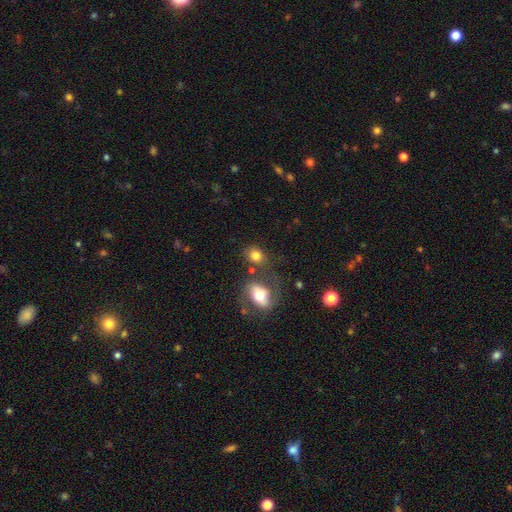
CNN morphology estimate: smooth-or-featured: smooth: 78% | featured or disk: 12% | star or artifact: 10%
  how-rounded: round: 50% | in between: 49% | cigar-shaped: 2%
  merging: none: 64% | merger: 16% | minor disturbance: 14% | major disturbance: 6%